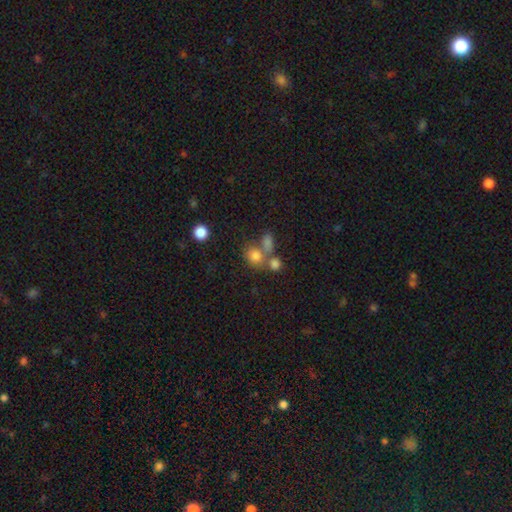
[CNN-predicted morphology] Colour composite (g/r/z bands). It shows a smooth galaxy with no disk features (75%) that is round (64%). Merging: none (44%).